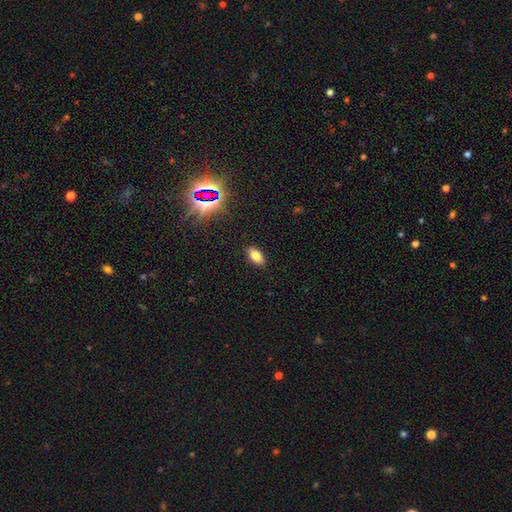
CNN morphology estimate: smooth_or_featured: smooth (p=0.78) [alt: star or artifact p=0.14]
how_rounded: in between (p=0.90) [alt: cigar-shaped p=0.06]
merging: none (p=0.89) [alt: minor disturbance p=0.08]